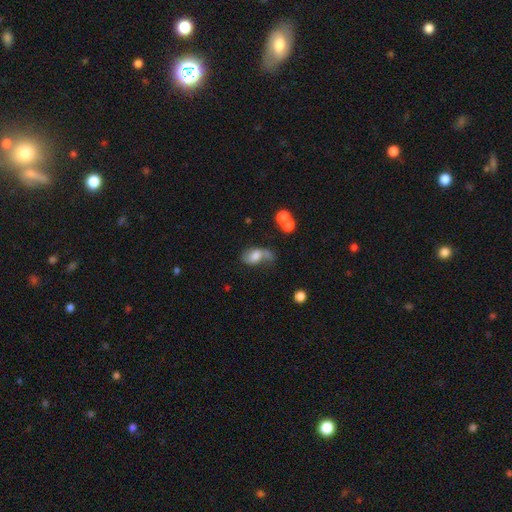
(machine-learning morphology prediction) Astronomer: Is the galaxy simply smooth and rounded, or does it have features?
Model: smooth — 49% (runner-up: featured or disk, 40%).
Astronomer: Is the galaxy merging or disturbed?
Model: none — 35% (runner-up: minor disturbance, 27%).